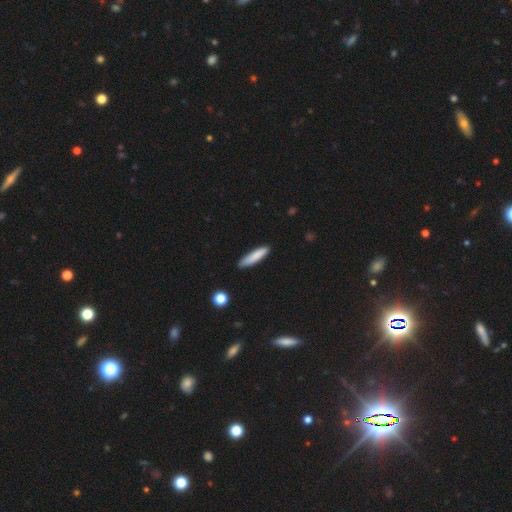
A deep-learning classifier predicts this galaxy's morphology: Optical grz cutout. It shows a smooth galaxy with no disk features (83%) that is cigar-shaped (82%). Merging: none (85%).